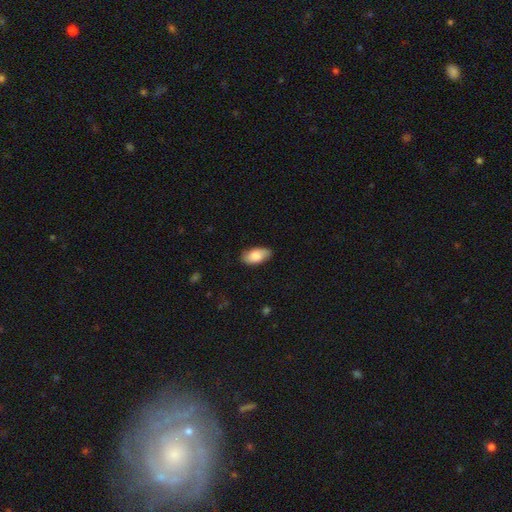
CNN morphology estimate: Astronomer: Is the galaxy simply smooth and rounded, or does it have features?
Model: smooth — 82%.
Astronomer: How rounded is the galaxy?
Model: in between — 94%.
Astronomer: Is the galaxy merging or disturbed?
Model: none — 83%.